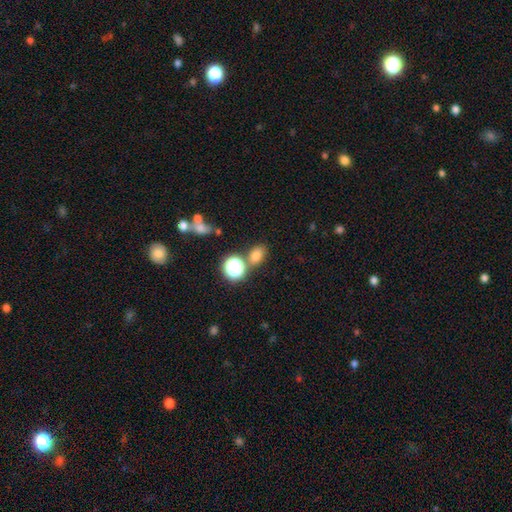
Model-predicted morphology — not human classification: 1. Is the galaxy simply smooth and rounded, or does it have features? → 75% smooth, 18% star or artifact, 7% featured or disk.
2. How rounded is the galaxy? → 66% in between, 33% round, 2% cigar-shaped.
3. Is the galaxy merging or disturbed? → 71% none, 14% merger, 11% minor disturbance, 4% major disturbance.